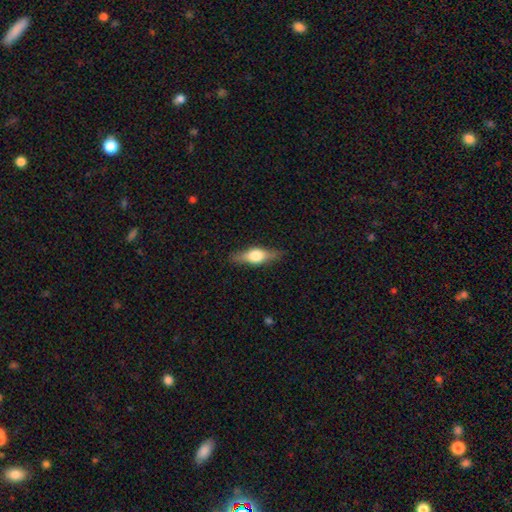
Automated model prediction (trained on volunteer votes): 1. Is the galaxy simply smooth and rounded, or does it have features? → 48% featured or disk, 45% smooth, 7% star or artifact.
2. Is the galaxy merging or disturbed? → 85% none, 11% minor disturbance, 3% major disturbance, 1% merger.